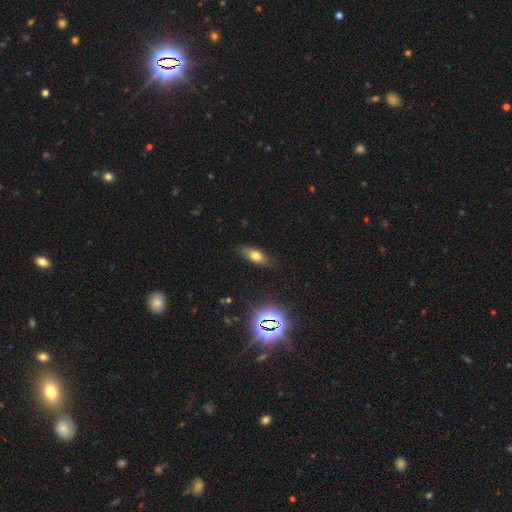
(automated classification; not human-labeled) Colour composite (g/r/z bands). It shows a smooth galaxy with no disk features (68%) that is in between round and cigar-shaped (73%). Merging: none (84%).